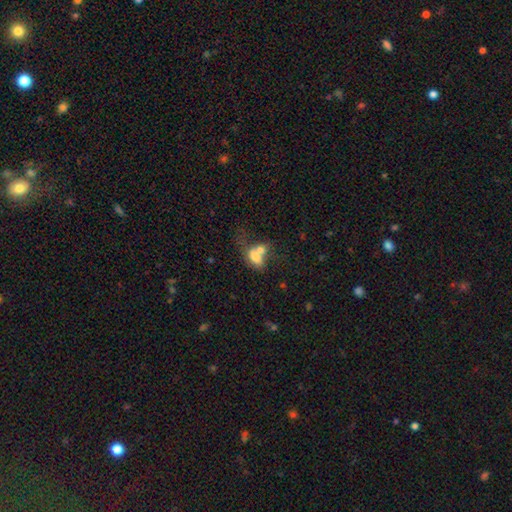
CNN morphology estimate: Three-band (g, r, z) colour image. It shows a smooth galaxy with no disk features (71%) that is in between round and cigar-shaped (80%). Merging: merger (63%).